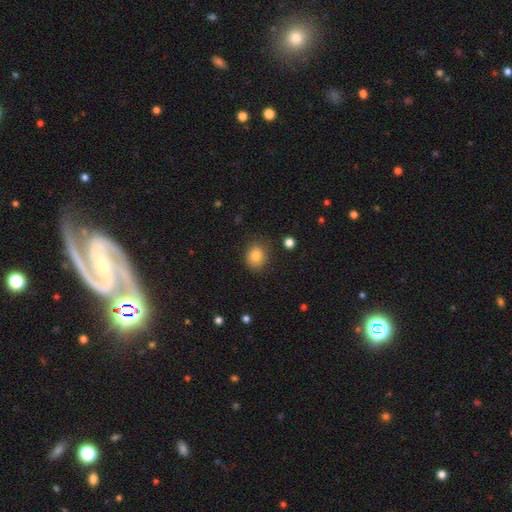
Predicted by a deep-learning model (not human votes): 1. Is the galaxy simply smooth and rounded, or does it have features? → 80% smooth, 10% star or artifact, 10% featured or disk.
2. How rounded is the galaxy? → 68% round, 31% in between, 1% cigar-shaped.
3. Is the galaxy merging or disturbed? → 77% none, 17% minor disturbance, 4% major disturbance, 2% merger.